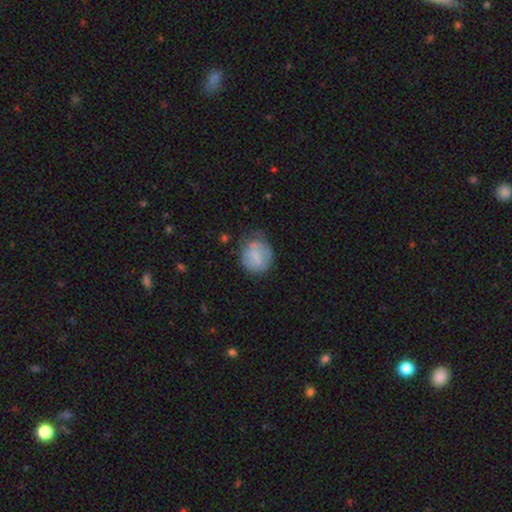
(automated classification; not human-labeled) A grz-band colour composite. It shows a smooth galaxy with no disk features (65%) that is round (71%). Merging: none (51%).